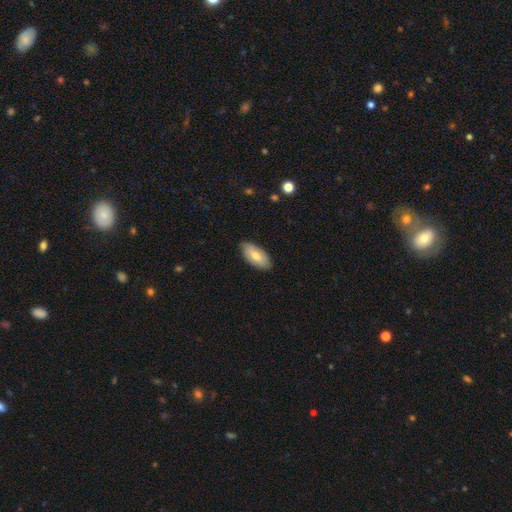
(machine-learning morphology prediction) Smooth or featured: smooth — 72% (featured or disk — 22%)
How rounded: in between — 93% (cigar-shaped — 5%)
Merging: none — 84% (minor disturbance — 13%)